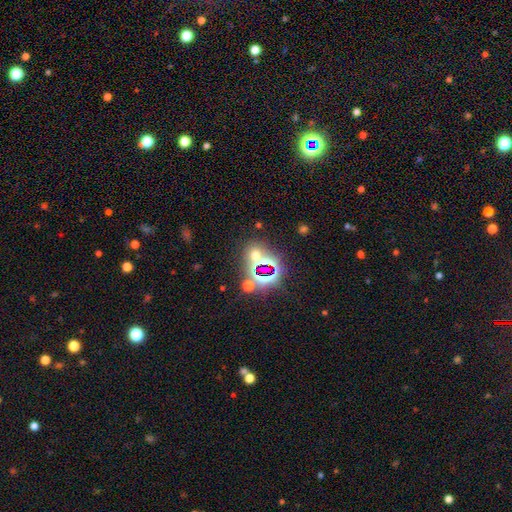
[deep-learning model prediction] star or artifact 54%, smooth 37%, featured or disk 10%.